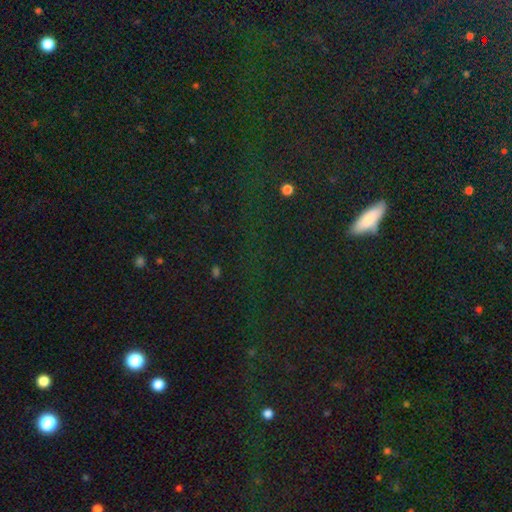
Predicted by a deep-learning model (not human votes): This is likely a star or artifact rather than a galaxy (63%).